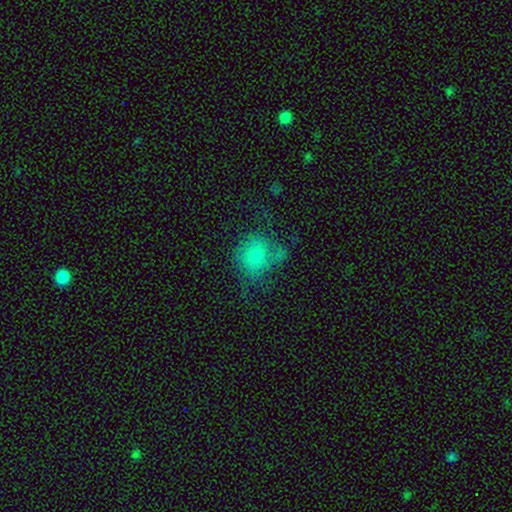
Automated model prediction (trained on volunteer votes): Smooth or featured?
  - smooth: 63% *
  - featured or disk: 26%
  - star or artifact: 11%
How rounded?
  - round: 69% *
  - in between: 30%
  - cigar-shaped: 1%
Merging?
  - none: 40% *
  - major disturbance: 28%
  - minor disturbance: 25%
  - merger: 8%